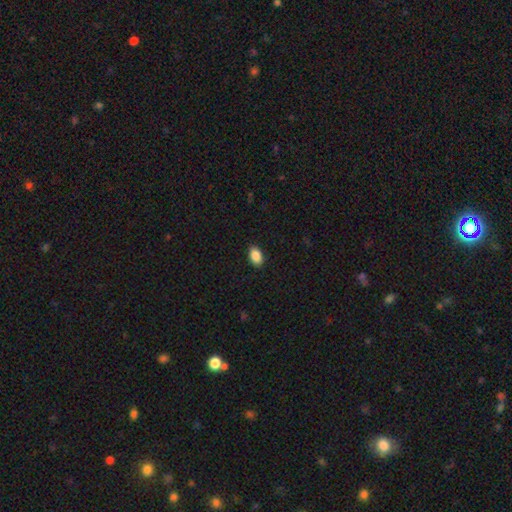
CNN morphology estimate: This is clearly a smooth galaxy (89%). How rounded: clearly in between (90%). Merging: clearly none (89%).